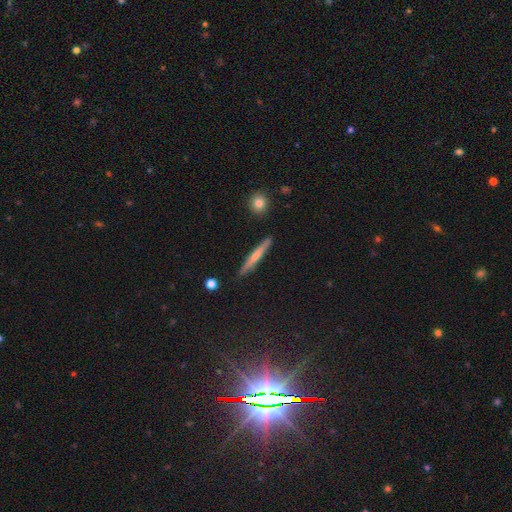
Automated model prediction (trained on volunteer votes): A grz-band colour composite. It shows a smooth galaxy with no disk features (48%). Merging: none (89%).